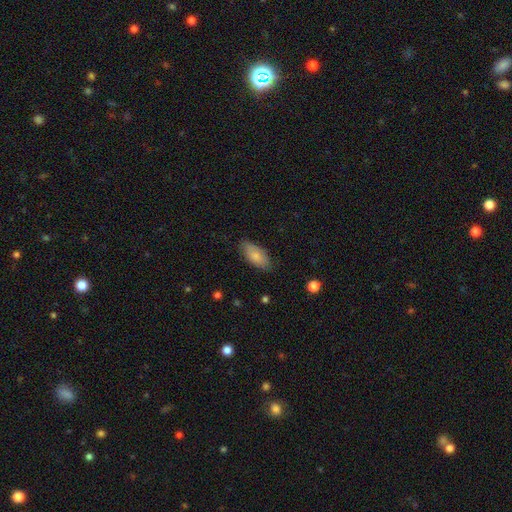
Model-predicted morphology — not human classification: Smooth or featured? Predicted: smooth (p=0.80). How rounded? Predicted: in between (p=0.88). Merging? Predicted: none (p=0.79).